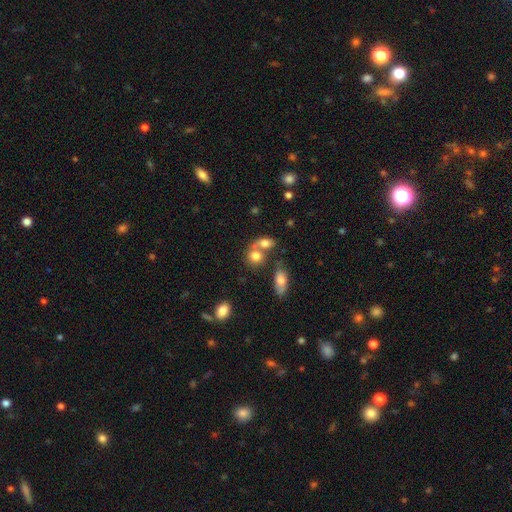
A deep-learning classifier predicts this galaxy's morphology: This is likely a smooth galaxy (76%). How rounded: possibly in between (51%). Merging: possibly merger (51%).